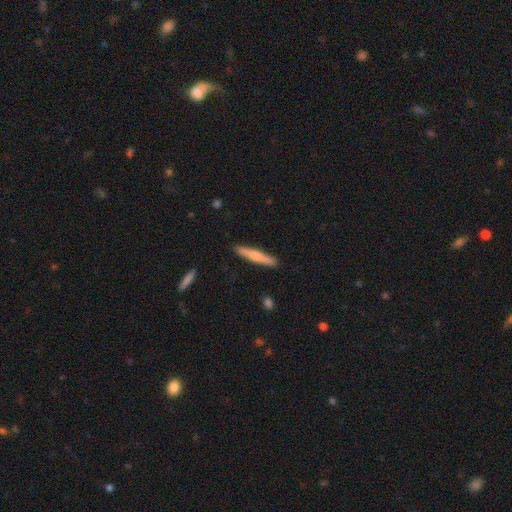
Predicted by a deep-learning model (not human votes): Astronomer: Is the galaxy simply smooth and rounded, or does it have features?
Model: smooth — 61%.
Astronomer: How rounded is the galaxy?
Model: cigar-shaped — 94%.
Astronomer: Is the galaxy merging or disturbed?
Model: none — 89%.